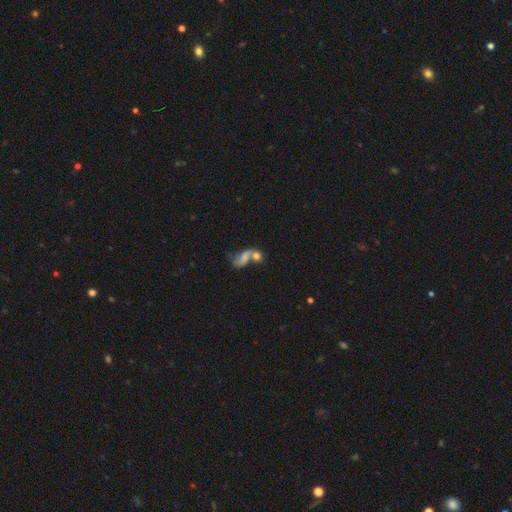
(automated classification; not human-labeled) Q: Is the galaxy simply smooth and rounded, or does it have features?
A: smooth — 43%.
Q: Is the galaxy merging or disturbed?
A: merger — 46%.